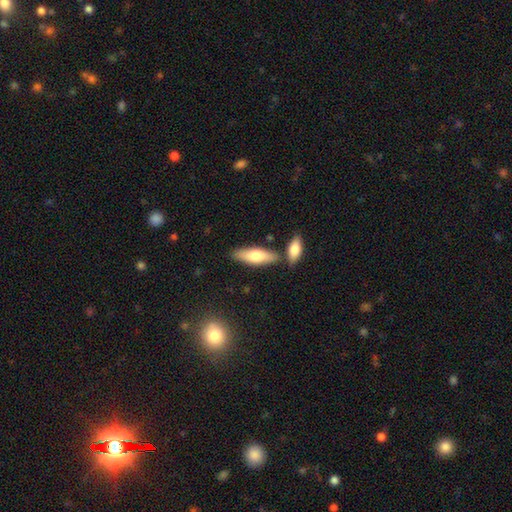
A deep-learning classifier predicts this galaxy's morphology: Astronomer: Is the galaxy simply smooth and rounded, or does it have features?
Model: smooth — 71%.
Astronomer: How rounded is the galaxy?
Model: in between — 56% (runner-up: cigar-shaped, 42%).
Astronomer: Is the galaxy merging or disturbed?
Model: none — 76%.